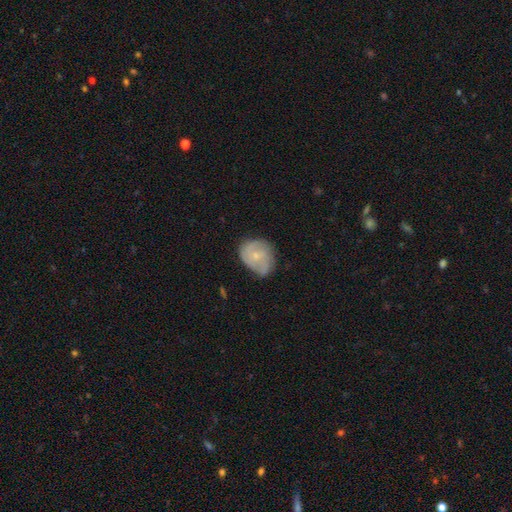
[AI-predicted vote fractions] A featured or disk galaxy (53%) with no bar (77%), spiral arms (80%) and a small central bulge (69%). Merging: none (57%).